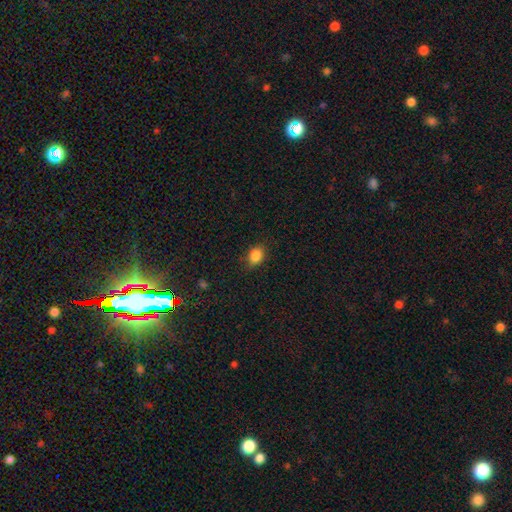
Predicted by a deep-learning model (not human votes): Smooth or featured: smooth — 86% (star or artifact — 10%)
How rounded: in between — 62% (round — 37%)
Merging: none — 80% (minor disturbance — 15%)